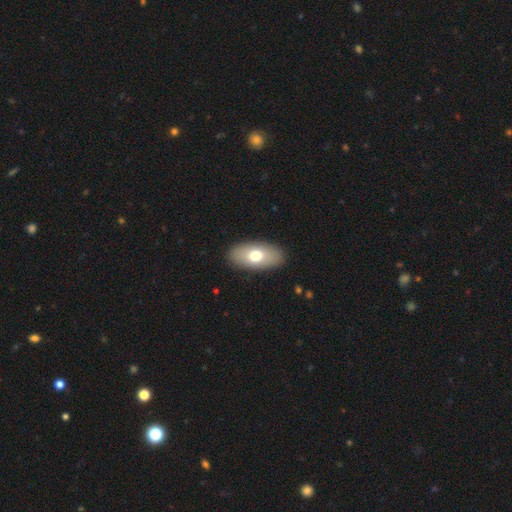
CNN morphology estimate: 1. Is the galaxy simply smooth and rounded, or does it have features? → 70% smooth, 24% featured or disk, 6% star or artifact.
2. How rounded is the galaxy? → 92% in between, 4% cigar-shaped, 4% round.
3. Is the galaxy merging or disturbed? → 89% none, 8% minor disturbance, 2% major disturbance, 1% merger.